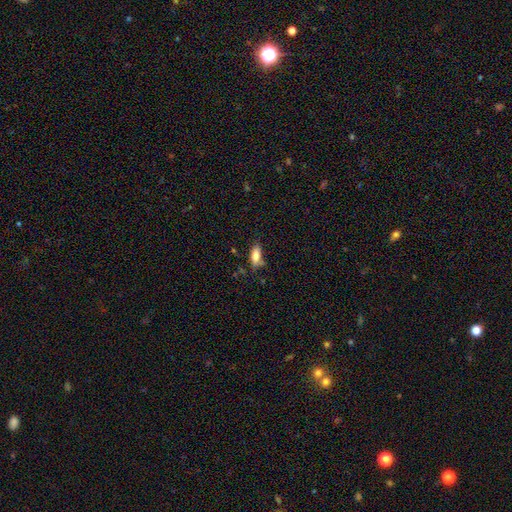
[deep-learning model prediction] smooth_or_featured: smooth (p=0.79) [alt: featured or disk p=0.12]
how_rounded: in between (p=0.74) [alt: cigar-shaped p=0.23]
merging: none (p=0.65) [alt: minor disturbance p=0.23]